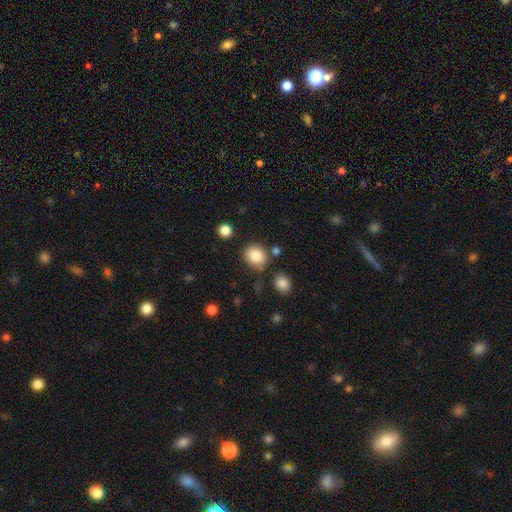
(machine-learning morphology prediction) smooth 86%, star or artifact 9%, featured or disk 5%. Down the decision tree: how rounded — round (75%); merging — none (78%).